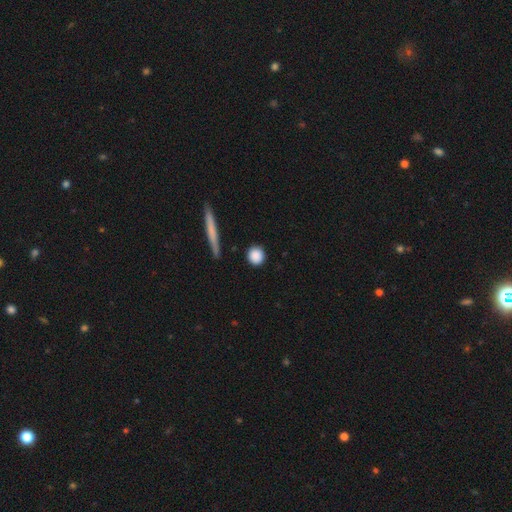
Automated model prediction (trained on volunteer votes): Morphology: type=smooth (87%); roundness=round (91%); merging=none (89%).